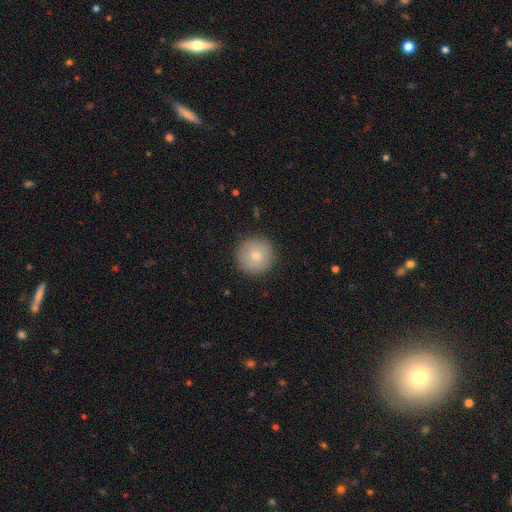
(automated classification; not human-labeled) This appears to be a smooth galaxy with no disk features (78%) that is round (96%). Merging: none (90%).